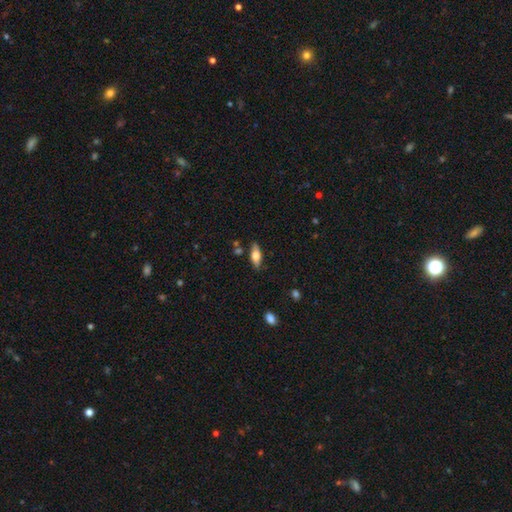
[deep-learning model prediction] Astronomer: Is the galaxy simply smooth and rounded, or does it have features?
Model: smooth — 65%.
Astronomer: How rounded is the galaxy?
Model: in between — 76%.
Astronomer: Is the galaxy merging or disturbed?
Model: none — 81%.